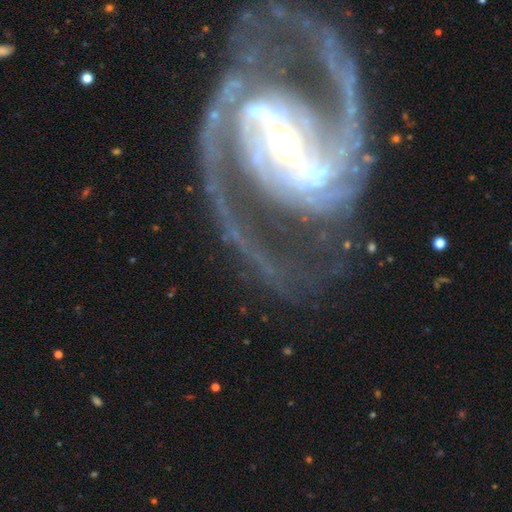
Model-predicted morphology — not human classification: Smooth or featured: featured or disk — 91% (star or artifact — 6%)
Edge-on disk: no — 97% (yes — 3%)
Bar: strong — 47% (weak — 31%)
Spiral arms: yes — 97% (no — 3%)
Spiral winding: medium — 50% (tight — 31%)
Spiral arm count: 2 — 72% (3 — 8%)
Bulge size: moderate — 53% (small — 34%)
Merging: none — 60% (major disturbance — 21%)